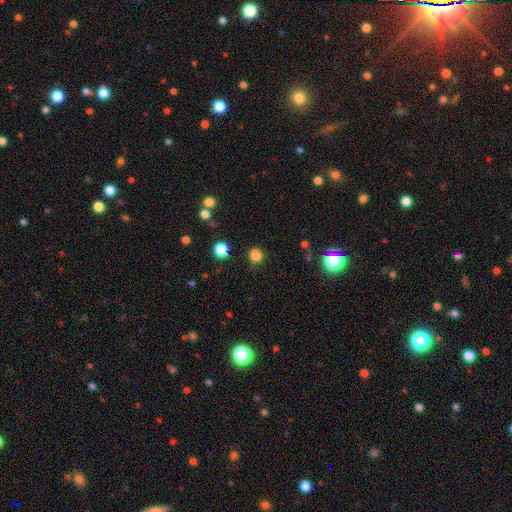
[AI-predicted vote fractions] Smooth or featured: smooth — 81% (star or artifact — 15%)
How rounded: round — 85% (in between — 14%)
Merging: none — 85% (minor disturbance — 10%)